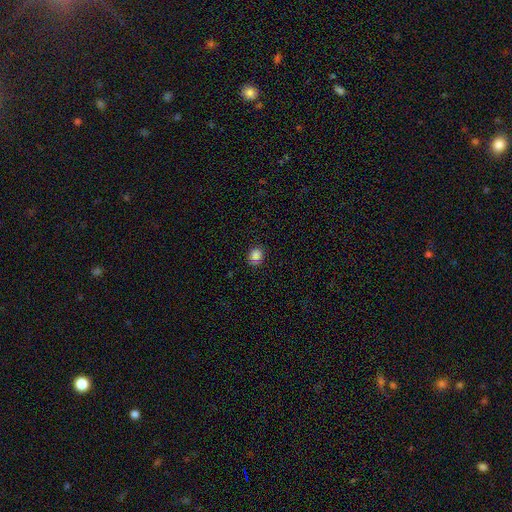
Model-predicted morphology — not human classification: Q: Smooth or featured?
A: smooth (79%); runner-up: star or artifact (15%)
Q: How rounded?
A: round (69%); runner-up: in between (30%)
Q: Merging?
A: none (83%); runner-up: minor disturbance (12%)